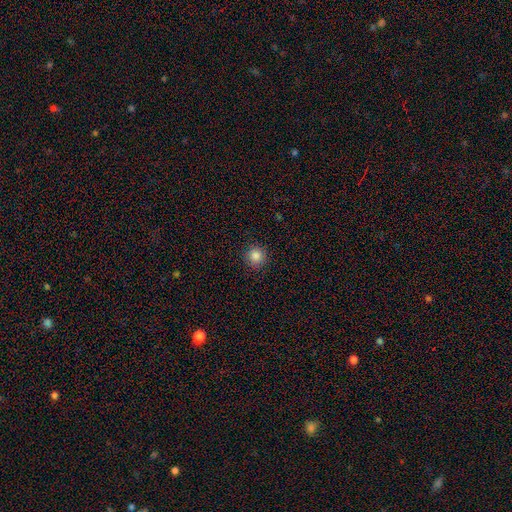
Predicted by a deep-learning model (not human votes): The model was most divided on "smooth or featured": smooth: 85%, star or artifact: 11%, featured or disk: 4%. More confident: how rounded — round (94%); merging — none (90%).